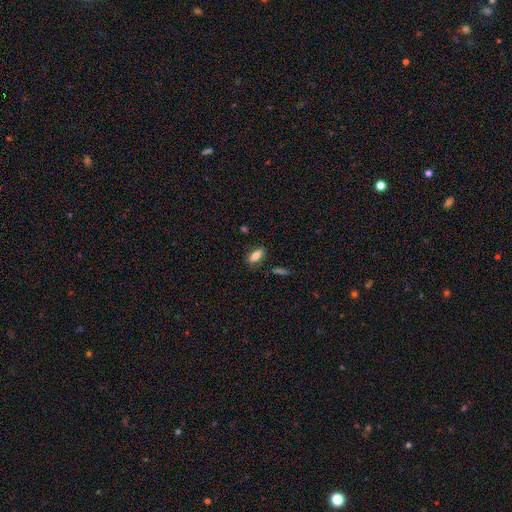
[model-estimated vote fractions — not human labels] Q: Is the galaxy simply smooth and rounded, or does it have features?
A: smooth — 79%.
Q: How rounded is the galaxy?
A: in between — 86%.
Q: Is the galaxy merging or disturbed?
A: none — 79%.